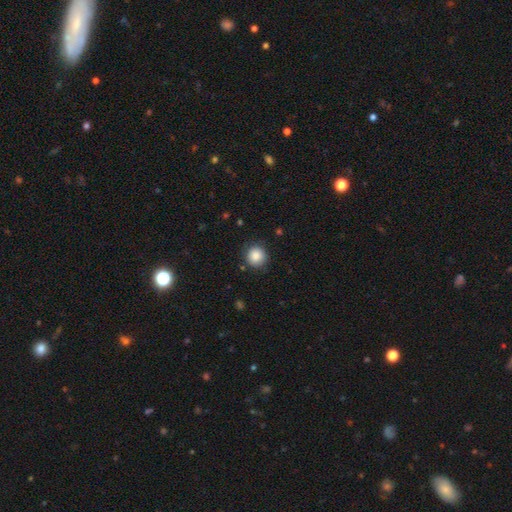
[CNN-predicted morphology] This appears to be a smooth galaxy with no disk features (86%) that is round (91%). Merging: none (84%).